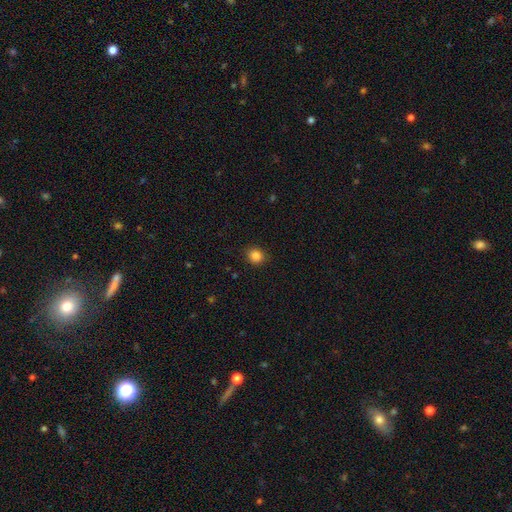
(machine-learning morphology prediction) Overall: smooth (85%). How rounded: round (82%). Merging: none (90%).